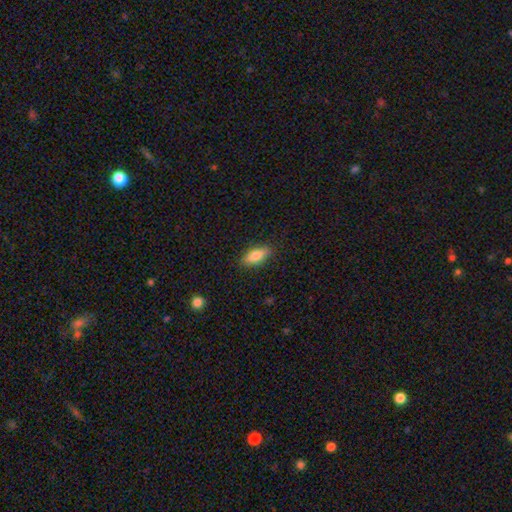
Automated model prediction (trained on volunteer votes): Smooth or featured?
  - smooth: 80% *
  - featured or disk: 13%
  - star or artifact: 7%
How rounded?
  - in between: 74% *
  - cigar-shaped: 24%
  - round: 3%
Merging?
  - none: 86% *
  - minor disturbance: 10%
  - major disturbance: 2%
  - merger: 1%